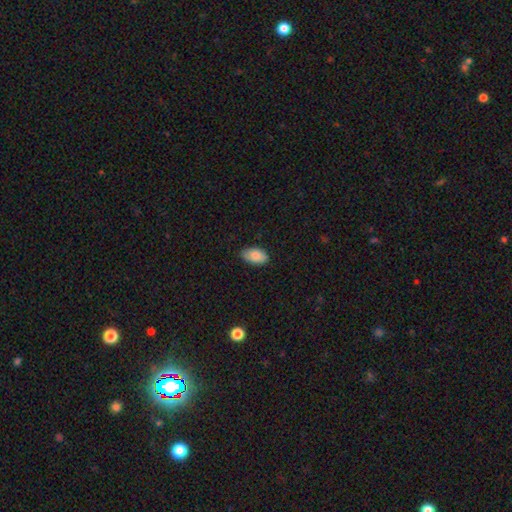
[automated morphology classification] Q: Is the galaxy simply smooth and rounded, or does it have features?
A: smooth — 86%.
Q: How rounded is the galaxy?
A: in between — 94%.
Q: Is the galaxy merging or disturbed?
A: none — 78%.